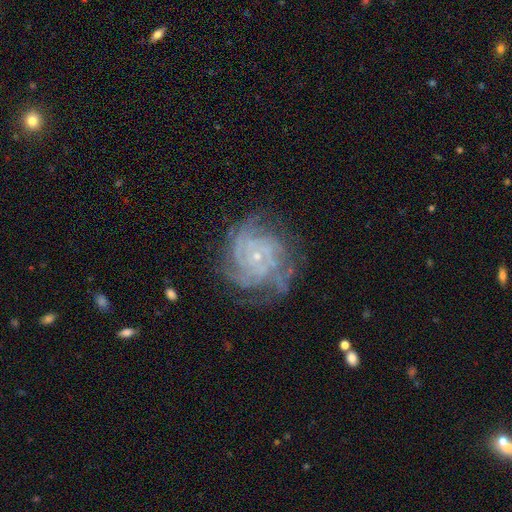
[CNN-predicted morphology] type=featured or disk (86%); edge-on=no (98%); bar=no (77%); spiral arms=yes (97%); winding=tight (73%); arm count=4 (28%); bulge=small (84%); merging=none (73%).